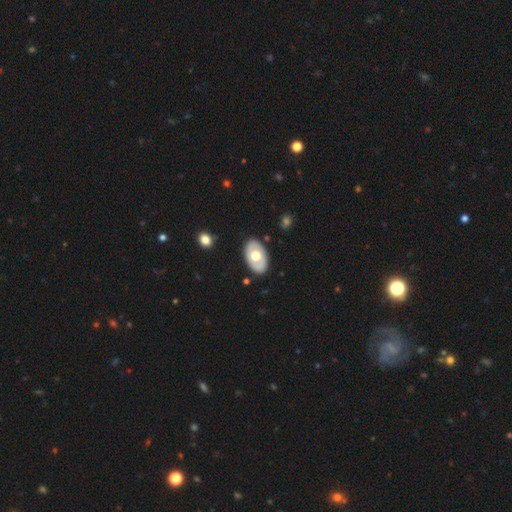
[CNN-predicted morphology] smooth 50%, featured or disk 45%, star or artifact 5%. Down the decision tree: how rounded — in between (89%); merging — none (85%).